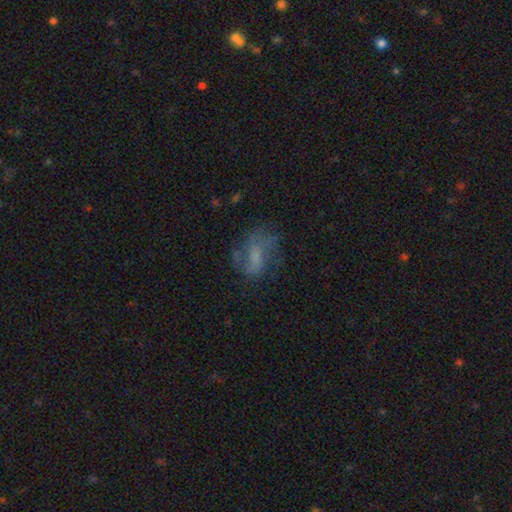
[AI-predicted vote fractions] Morphology: type=featured or disk (50%); edge-on=no (96%); merging=none (51%).